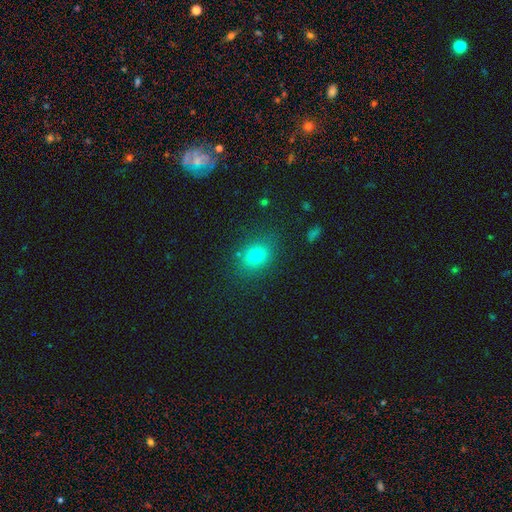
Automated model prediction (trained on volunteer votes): Overall: smooth (75%). How rounded: in between (63%; round 35%). Merging: none (82%).